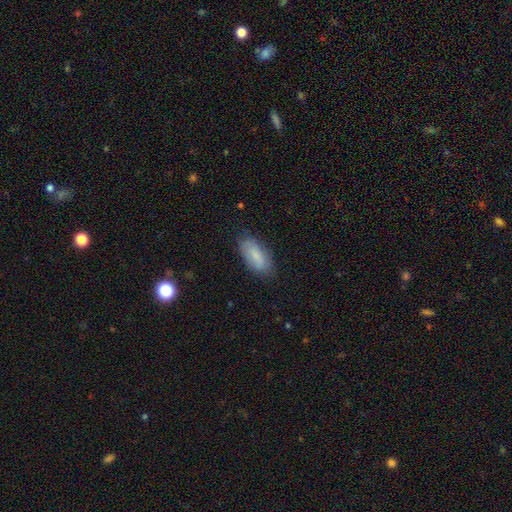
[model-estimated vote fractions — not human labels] Overall: smooth (78%). How rounded: in between (87%). Merging: none (78%).